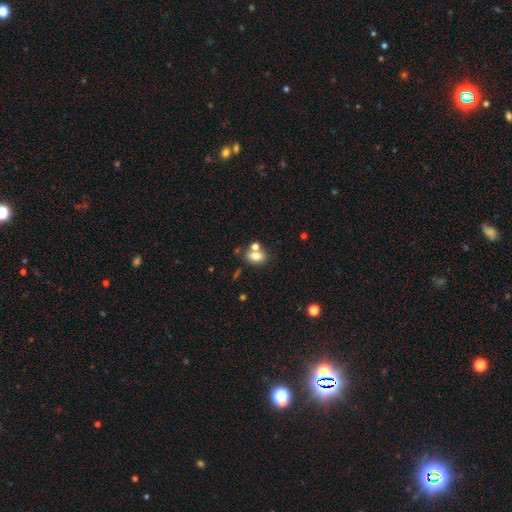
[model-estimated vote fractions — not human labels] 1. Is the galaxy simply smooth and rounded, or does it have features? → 75% smooth, 14% featured or disk, 11% star or artifact.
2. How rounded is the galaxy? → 73% in between, 26% round, 2% cigar-shaped.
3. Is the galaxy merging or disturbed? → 51% none, 32% merger, 12% minor disturbance, 4% major disturbance.